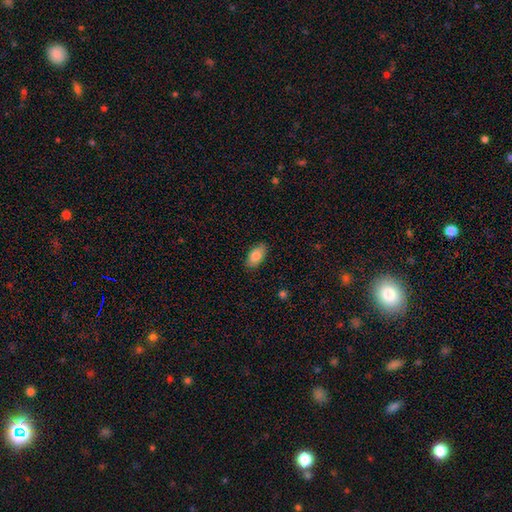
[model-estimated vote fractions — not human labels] Overall: smooth (85%). How rounded: in between (93%). Merging: none (86%).